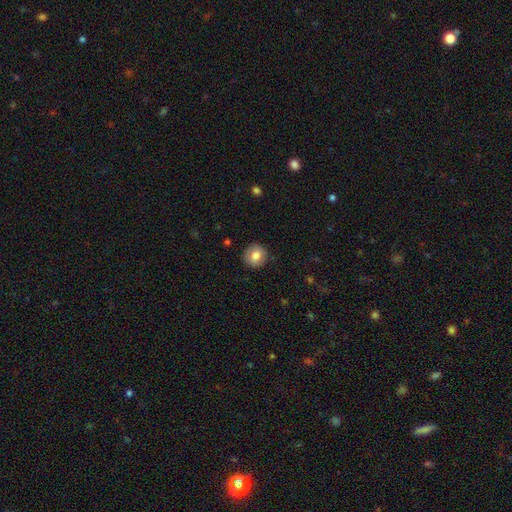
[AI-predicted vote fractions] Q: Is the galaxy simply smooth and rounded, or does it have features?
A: smooth — 80%.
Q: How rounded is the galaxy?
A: round — 91%.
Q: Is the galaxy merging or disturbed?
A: none — 89%.